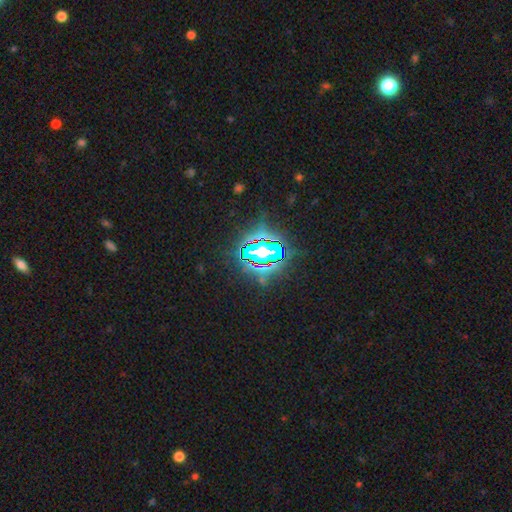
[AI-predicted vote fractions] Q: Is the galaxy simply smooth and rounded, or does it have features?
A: star or artifact — 77%.